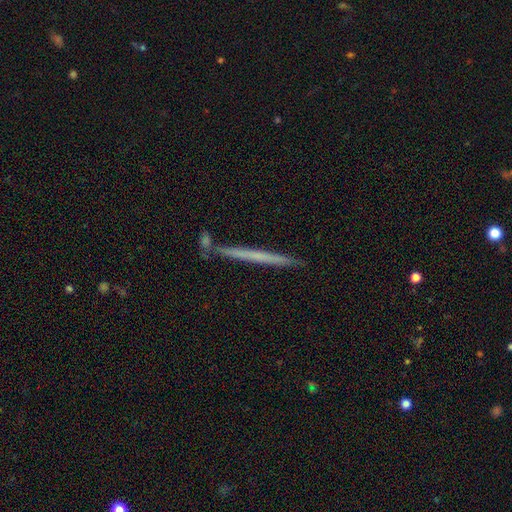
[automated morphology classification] Overall: featured or disk (48%; smooth 45%). Merging: none (85%).